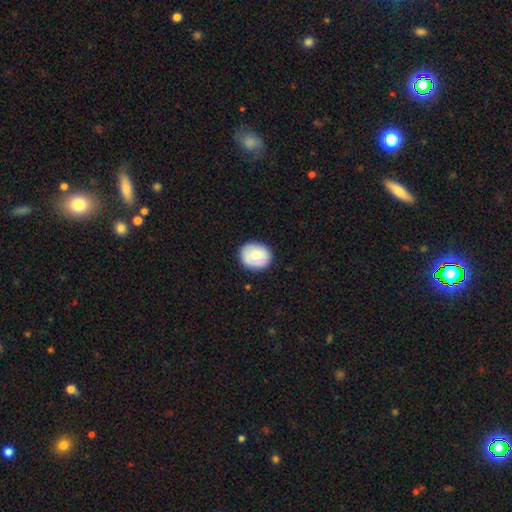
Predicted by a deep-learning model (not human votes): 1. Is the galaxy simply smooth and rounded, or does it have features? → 79% smooth, 14% featured or disk, 7% star or artifact.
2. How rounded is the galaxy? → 64% round, 35% in between, 1% cigar-shaped.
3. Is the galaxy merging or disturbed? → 86% none, 11% minor disturbance, 2% major disturbance, 1% merger.